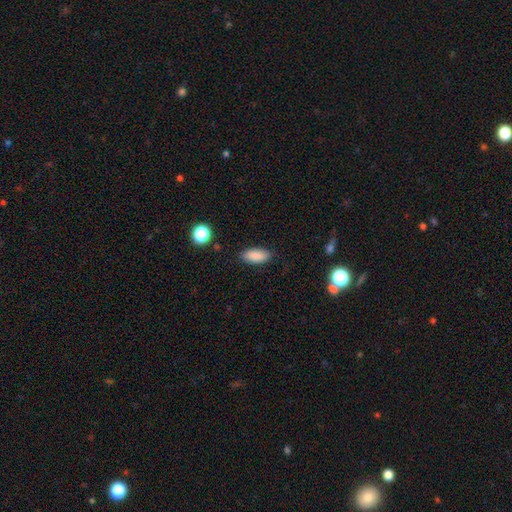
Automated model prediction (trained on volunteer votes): This is clearly a smooth galaxy (87%). How rounded: clearly in between (85%). Merging: clearly none (85%).